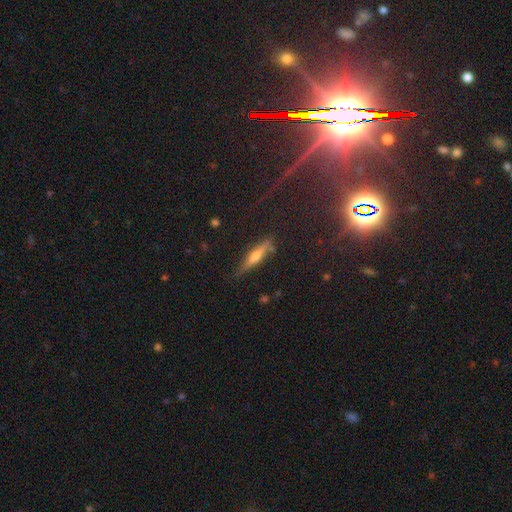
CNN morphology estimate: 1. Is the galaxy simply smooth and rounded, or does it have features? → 57% featured or disk, 30% smooth, 12% star or artifact.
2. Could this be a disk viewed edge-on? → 92% yes, 8% no.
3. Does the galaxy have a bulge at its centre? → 76% rounded, 13% boxy, 11% none.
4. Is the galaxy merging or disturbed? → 78% none, 16% minor disturbance, 4% major disturbance, 2% merger.